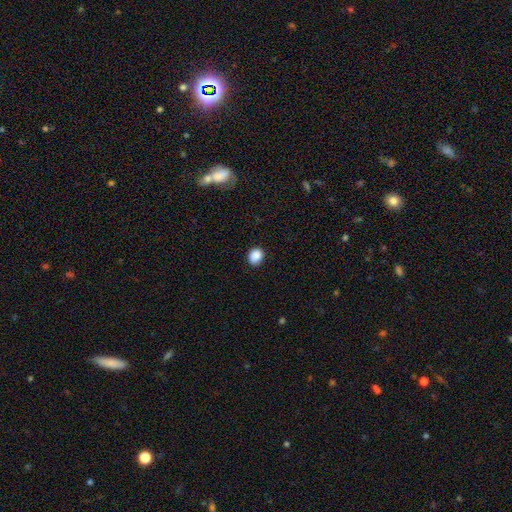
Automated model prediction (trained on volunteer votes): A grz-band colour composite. It shows a smooth galaxy with no disk features (88%) that is round (63%). Merging: none (88%).